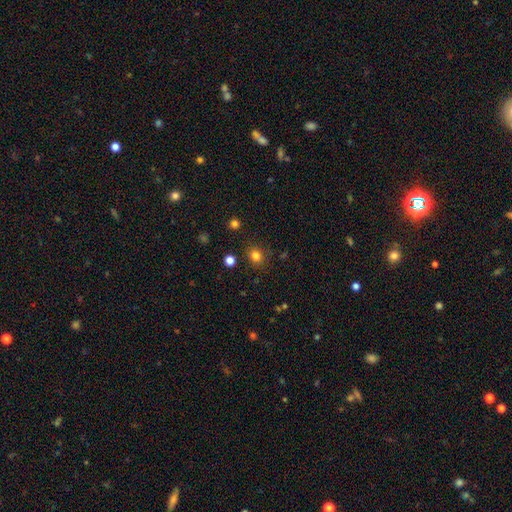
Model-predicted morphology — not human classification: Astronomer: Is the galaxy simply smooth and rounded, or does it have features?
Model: smooth — 81%.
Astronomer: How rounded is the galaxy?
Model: round — 77%.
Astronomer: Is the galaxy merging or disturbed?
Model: none — 86%.